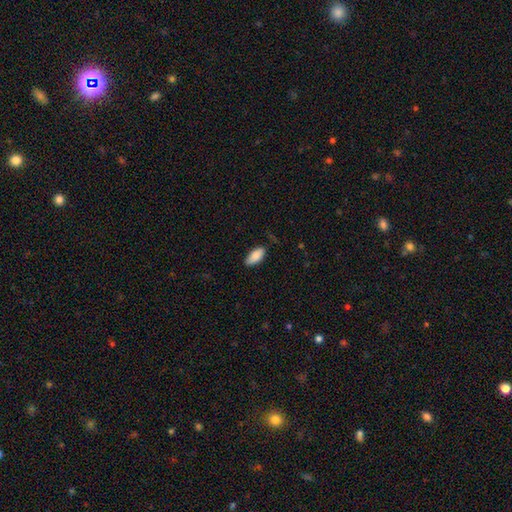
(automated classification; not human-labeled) Morphology: type=smooth (87%); roundness=in between (90%); merging=none (78%).